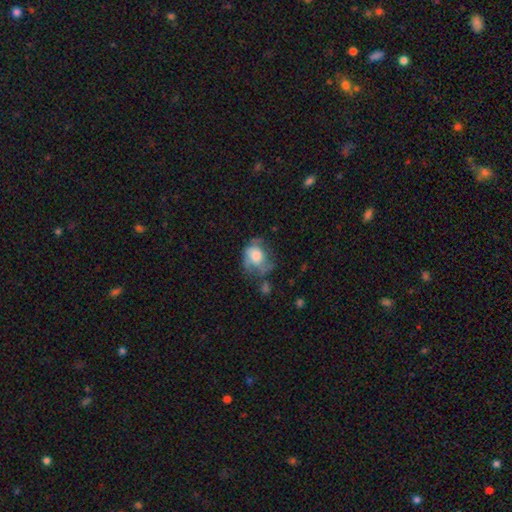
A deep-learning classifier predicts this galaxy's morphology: Smooth or featured? smooth (49%)
Merging? none (35%)